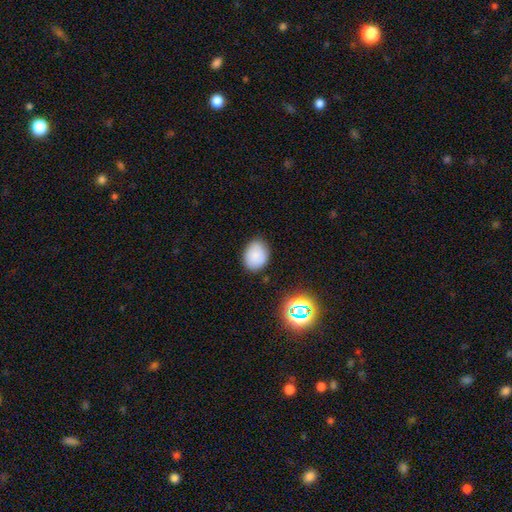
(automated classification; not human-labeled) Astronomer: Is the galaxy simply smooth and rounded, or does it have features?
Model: smooth — 81%.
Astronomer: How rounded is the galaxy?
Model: in between — 58% (runner-up: round, 41%).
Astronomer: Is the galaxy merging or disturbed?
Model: none — 81%.